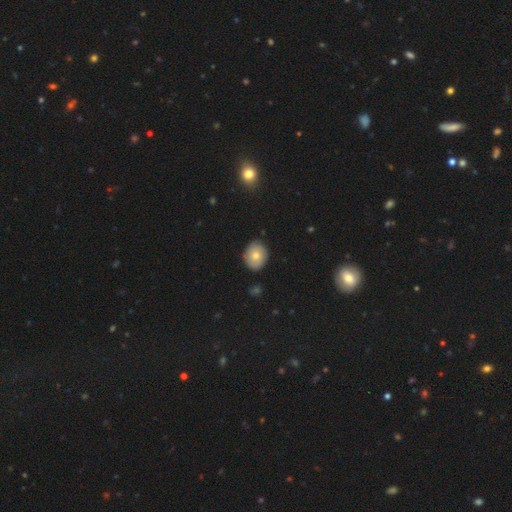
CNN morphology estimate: The model was most divided on "how rounded": round: 54%, in between: 45%, cigar-shaped: 1%. More confident: merging — none (84%); smooth or featured — smooth (72%).